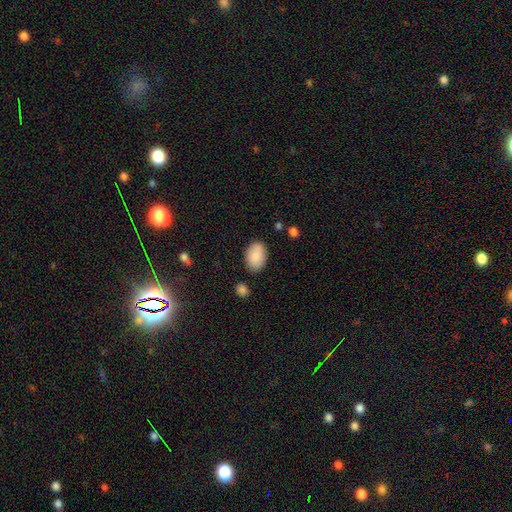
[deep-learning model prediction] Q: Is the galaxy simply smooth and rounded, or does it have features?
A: smooth — 88%.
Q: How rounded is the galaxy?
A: in between — 89%.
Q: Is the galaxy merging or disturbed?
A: none — 82%.